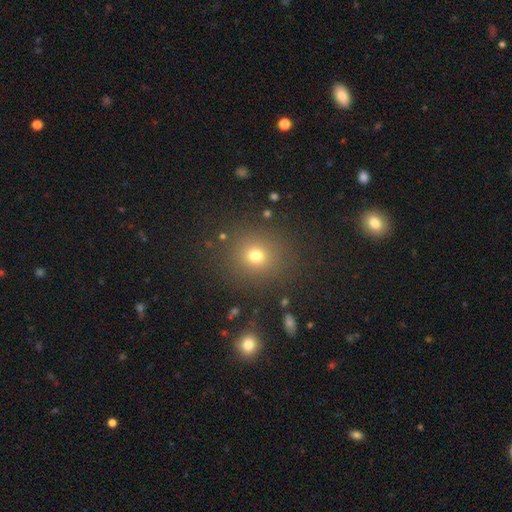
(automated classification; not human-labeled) Smooth or featured?
  - smooth: 71% *
  - star or artifact: 20%
  - featured or disk: 9%
How rounded?
  - round: 85% *
  - in between: 14%
  - cigar-shaped: 1%
Merging?
  - none: 86% *
  - minor disturbance: 8%
  - major disturbance: 4%
  - merger: 2%